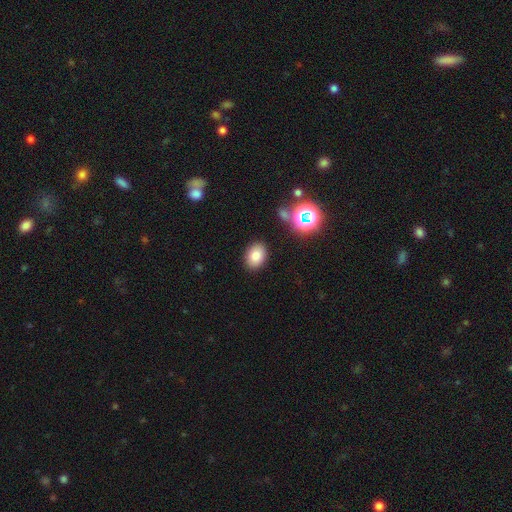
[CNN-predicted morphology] smooth_or_featured: smooth (p=0.80) [alt: star or artifact p=0.12]
how_rounded: in between (p=0.75) [alt: round p=0.24]
merging: none (p=0.86) [alt: minor disturbance p=0.09]